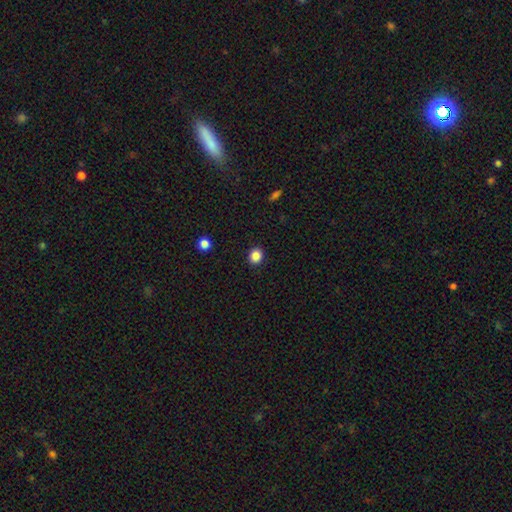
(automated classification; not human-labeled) Overall: smooth (86%). How rounded: round (78%). Merging: none (91%).